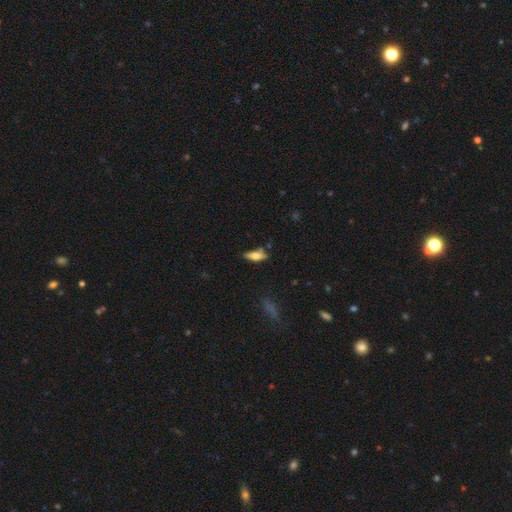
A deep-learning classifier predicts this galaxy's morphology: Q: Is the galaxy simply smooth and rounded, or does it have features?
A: smooth — 60%.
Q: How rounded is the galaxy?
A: in between — 64%.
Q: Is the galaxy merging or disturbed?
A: none — 62%.